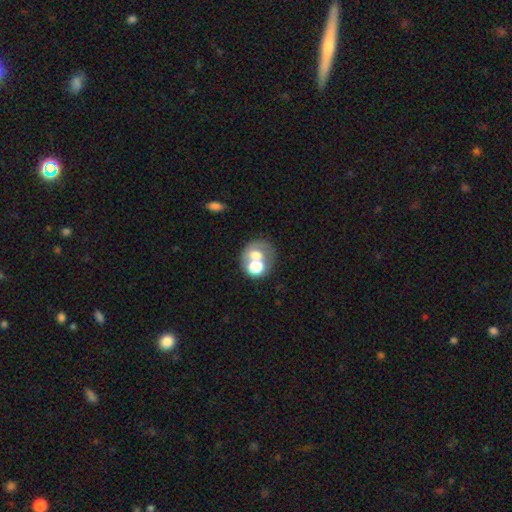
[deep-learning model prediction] This appears to be a smooth galaxy with no disk features (58%) that is round (66%). Merging: merger (49%).